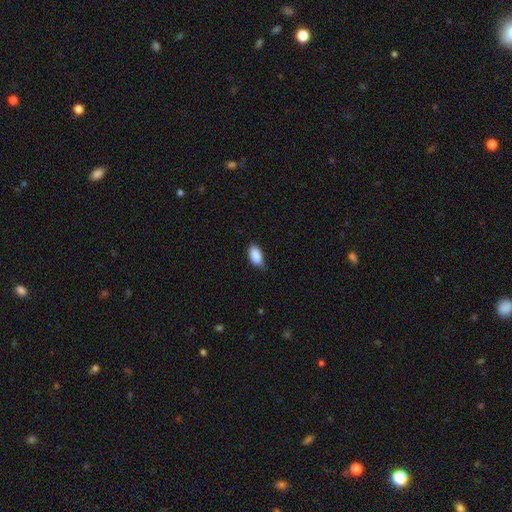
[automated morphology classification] The model was most divided on "merging": none: 70%, minor disturbance: 25%, major disturbance: 3%, merger: 1%. More confident: how rounded — in between (91%); smooth or featured — smooth (88%).